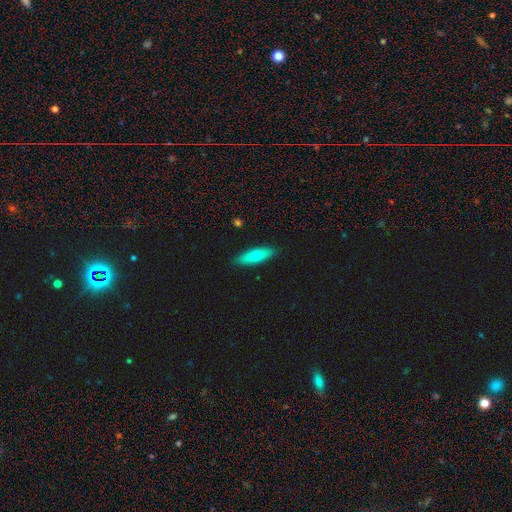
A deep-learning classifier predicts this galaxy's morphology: The model was most divided on "how rounded": cigar-shaped: 61%, in between: 37%, round: 2%. More confident: merging — none (89%); smooth or featured — smooth (68%).